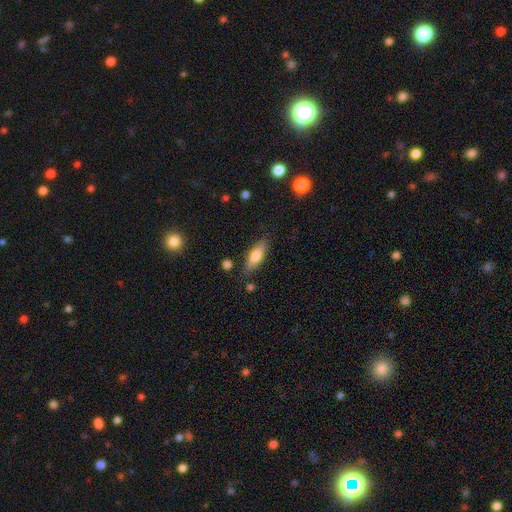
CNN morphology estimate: smooth_or_featured: smooth (p=0.65) [alt: featured or disk p=0.28]
how_rounded: in between (p=0.56) [alt: cigar-shaped p=0.42]
merging: none (p=0.81) [alt: minor disturbance p=0.14]